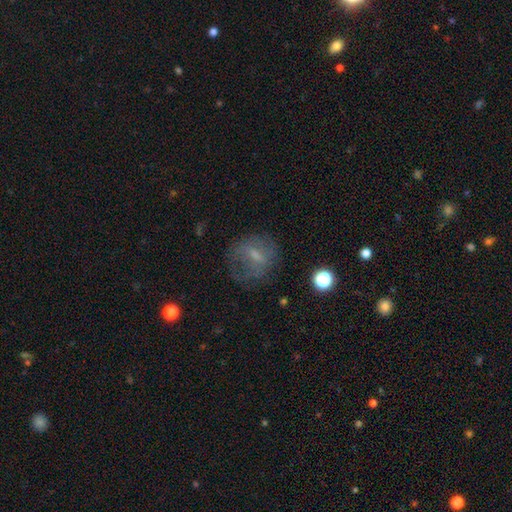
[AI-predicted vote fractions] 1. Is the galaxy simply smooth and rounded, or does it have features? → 46% smooth, 40% featured or disk, 14% star or artifact.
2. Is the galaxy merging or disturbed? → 57% none, 21% minor disturbance, 20% major disturbance, 2% merger.